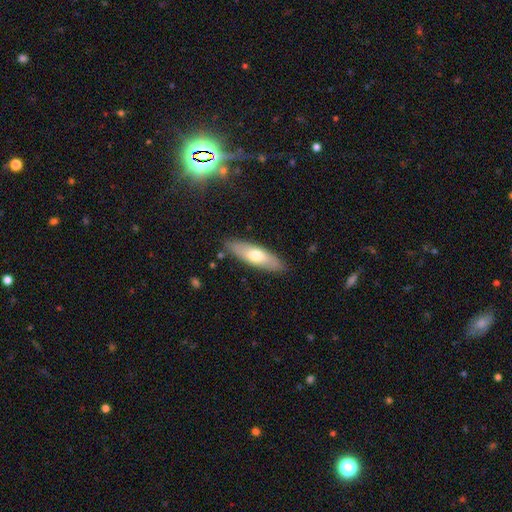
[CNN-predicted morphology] The model was most divided on "how rounded": in between: 51%, cigar-shaped: 47%, round: 2%. More confident: merging — none (86%); smooth or featured — smooth (62%).